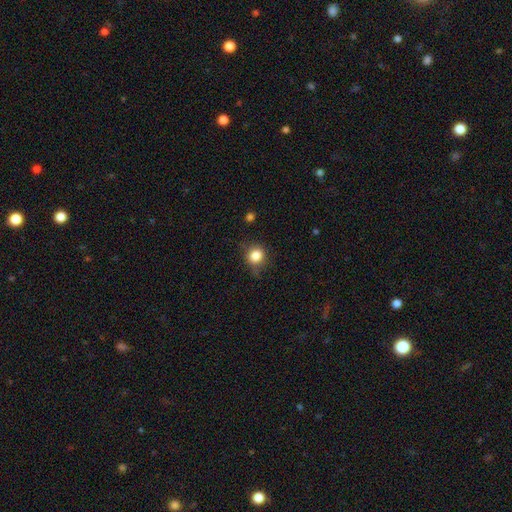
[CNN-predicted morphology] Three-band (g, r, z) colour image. It shows a smooth galaxy with no disk features (83%) that is round (83%). Merging: none (72%).